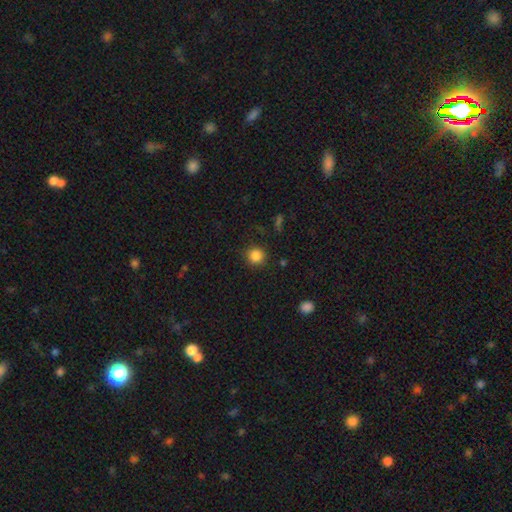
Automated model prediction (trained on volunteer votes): Morphology: type=smooth (85%); roundness=round (93%); merging=none (89%).